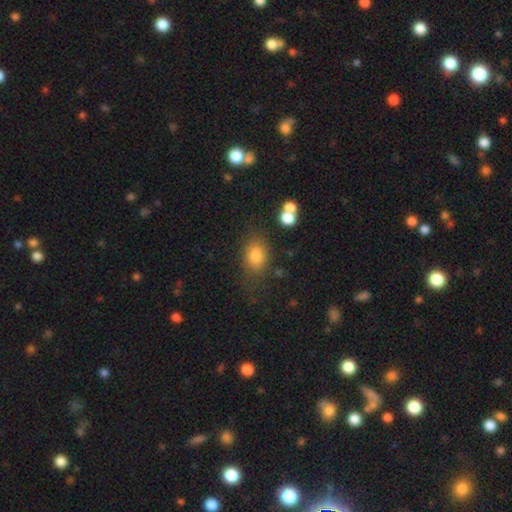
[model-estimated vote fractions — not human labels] Smooth or featured: smooth — 80% (star or artifact — 11%)
How rounded: in between — 67% (round — 31%)
Merging: none — 72% (minor disturbance — 16%)